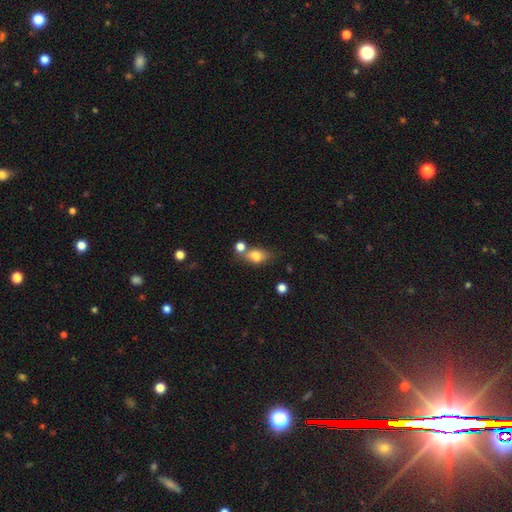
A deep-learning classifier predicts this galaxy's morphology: type=smooth (76%); roundness=in between (75%); merging=none (48%).